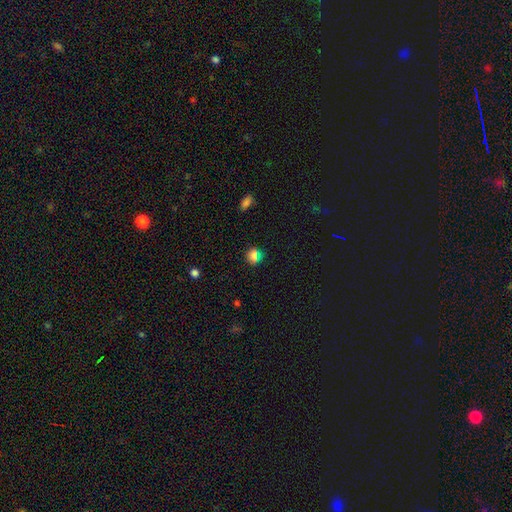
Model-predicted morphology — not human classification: smooth 69%, star or artifact 24%, featured or disk 7%. Down the decision tree: how rounded — round (80%); merging — none (85%).